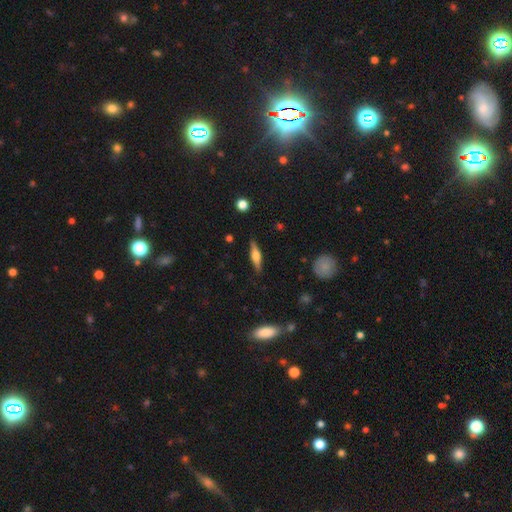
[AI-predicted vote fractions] smooth_or_featured: featured or disk (p=0.57) [alt: smooth p=0.37]
disk_edge_on: yes (p=0.95) [alt: no p=0.05]
edge_on_bulge: rounded (p=0.86) [alt: boxy p=0.11]
merging: none (p=0.86) [alt: minor disturbance p=0.10]